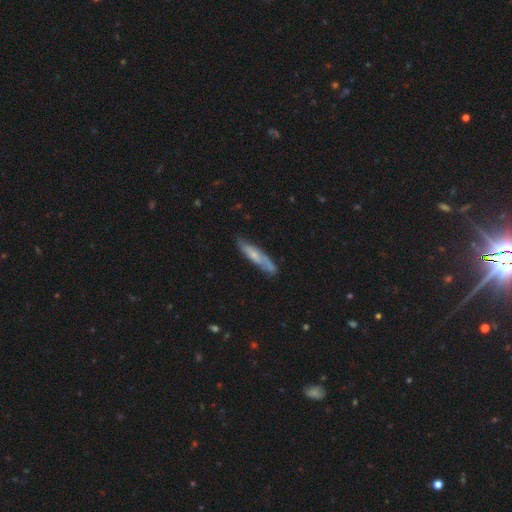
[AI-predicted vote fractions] Smooth or featured: featured or disk — 54% (smooth — 39%)
Edge-on disk: no — 54% (yes — 46%)
Merging: none — 71% (minor disturbance — 21%)